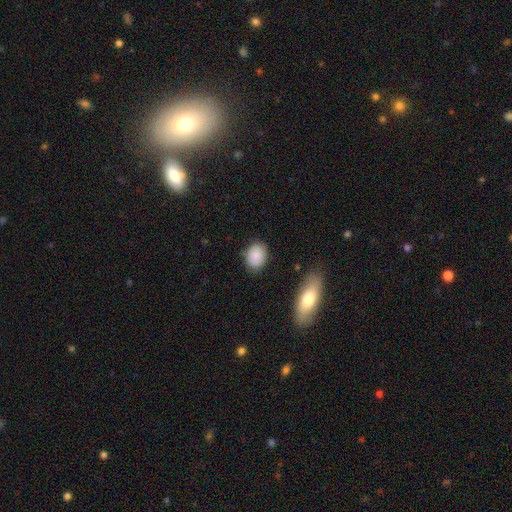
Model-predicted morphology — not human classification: Overall: smooth (88%). How rounded: in between (62%; round 36%). Merging: none (84%).